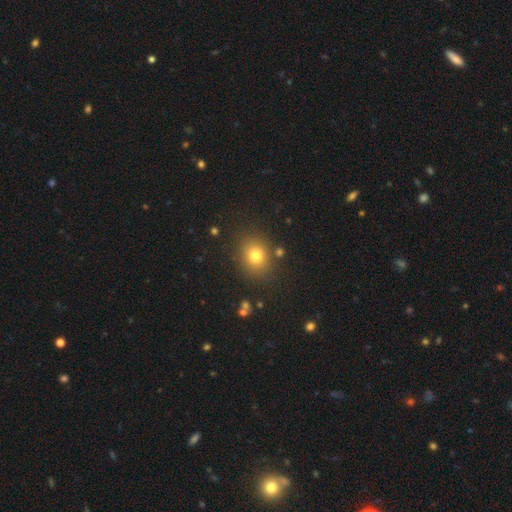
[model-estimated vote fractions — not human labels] Q: Smooth or featured?
A: smooth (76%); runner-up: star or artifact (15%)
Q: How rounded?
A: round (63%); runner-up: in between (37%)
Q: Merging?
A: none (84%); runner-up: minor disturbance (9%)